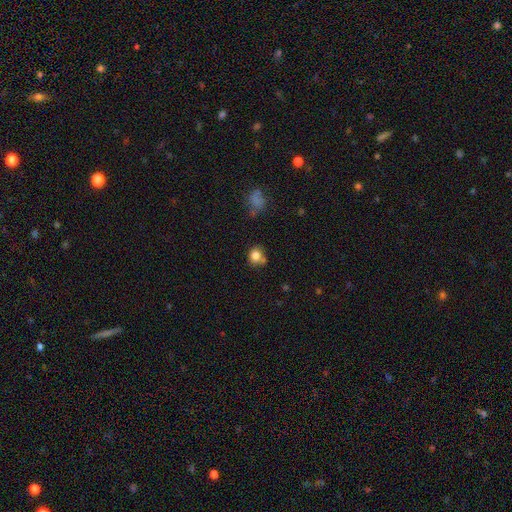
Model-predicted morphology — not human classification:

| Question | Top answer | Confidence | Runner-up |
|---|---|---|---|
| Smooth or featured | smooth | 82% | star or artifact (11%) |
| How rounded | round | 73% | in between (26%) |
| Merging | none | 65% | minor disturbance (17%) |